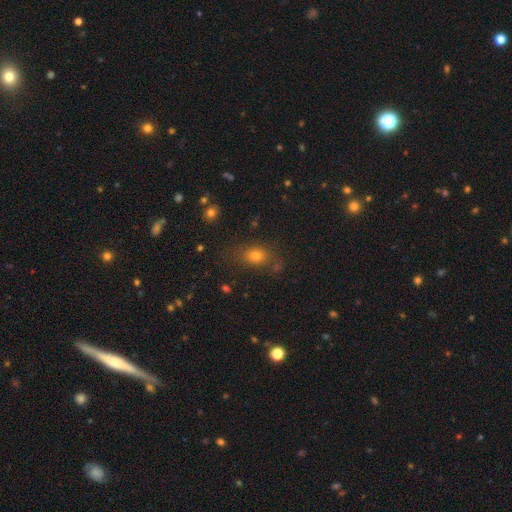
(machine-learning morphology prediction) smooth-or-featured: smooth: 72% | star or artifact: 18% | featured or disk: 10%
  how-rounded: in between: 60% | round: 37% | cigar-shaped: 3%
  merging: none: 74% | minor disturbance: 15% | major disturbance: 6% | merger: 5%